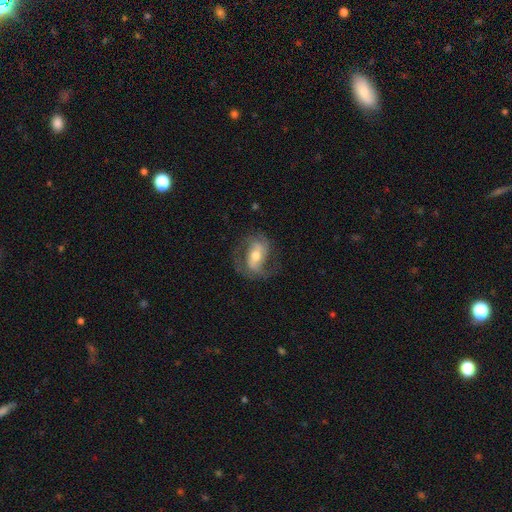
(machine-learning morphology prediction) A featured or disk galaxy (74%) with a weak bar (39%), 2 (72%) medium (48%) spiral arms (89%) and a moderate central bulge (67%).

Vote fractions:
- Smooth or featured? featured or disk: 74% / smooth: 20% / star or artifact: 6%
- Edge-on disk? no: 96% / yes: 4%
- Bar? weak: 39% / no: 31% / strong: 30%
- Spiral arms? yes: 89% / no: 11%
- Spiral winding? medium: 48% / loose: 29% / tight: 23%
- Spiral arm count? 2: 72% / can't tell: 11% / 3: 8% / 1: 5% / 4: 2% / more than 4: 2%
- Bulge size? moderate: 67% / small: 21% / large: 10% / none: 1% / dominant: 1%
- Merging? none: 63% / minor disturbance: 19% / major disturbance: 16% / merger: 1%